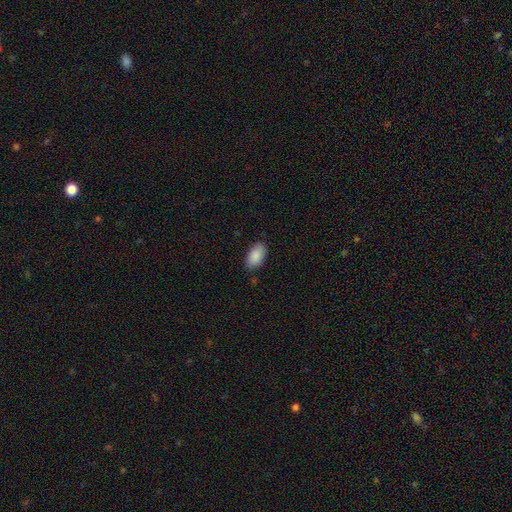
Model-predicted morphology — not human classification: Smooth or featured? smooth (89%)
How rounded? in between (95%)
Merging? none (84%)